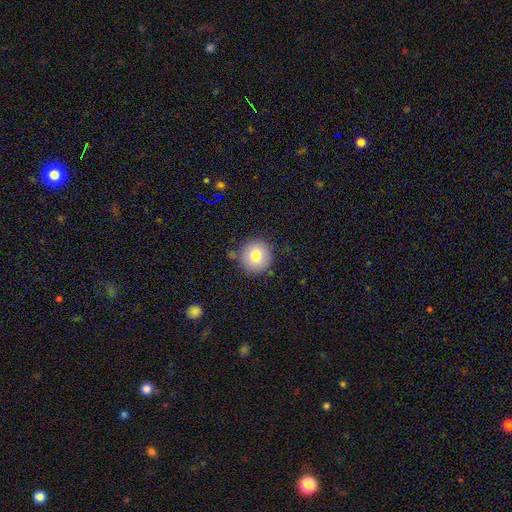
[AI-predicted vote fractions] The model was most divided on "smooth or featured": smooth: 79%, featured or disk: 11%, star or artifact: 10%. More confident: how rounded — round (94%); merging — none (82%).